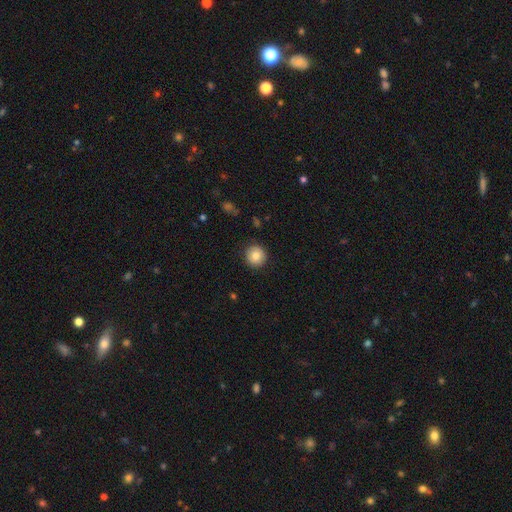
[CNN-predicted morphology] Overall: smooth (82%). How rounded: round (95%). Merging: none (91%).